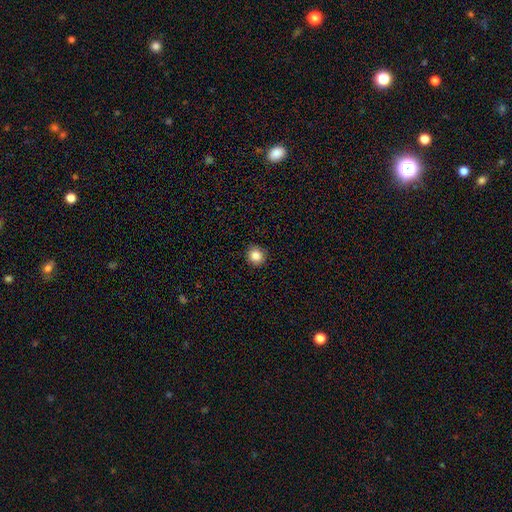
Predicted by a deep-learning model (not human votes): Smooth or featured: smooth — 85% (star or artifact — 10%)
How rounded: round — 90% (in between — 9%)
Merging: none — 91% (minor disturbance — 6%)